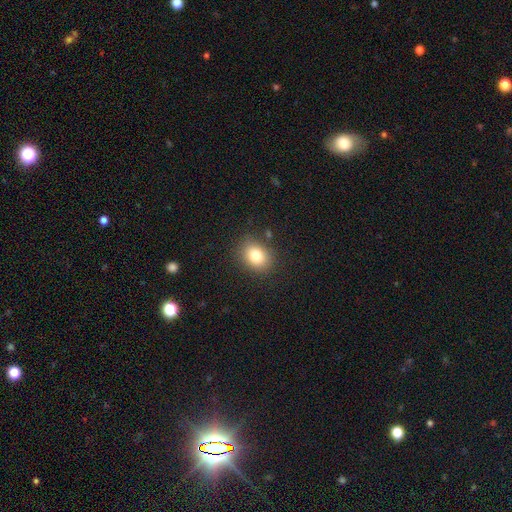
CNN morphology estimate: A smooth galaxy with no disk features (80%) that is round (50%).

Vote fractions:
- Smooth or featured? smooth: 80% / star or artifact: 11% / featured or disk: 9%
- How rounded? round: 50% / in between: 49% / cigar-shaped: 1%
- Merging? none: 84% / minor disturbance: 10% / major disturbance: 3% / merger: 2%